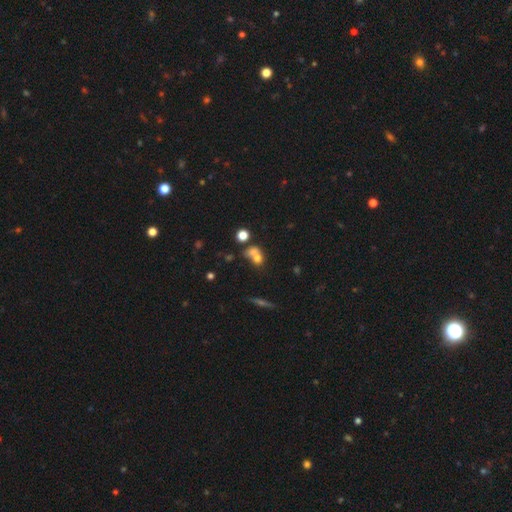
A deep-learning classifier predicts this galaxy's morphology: Smooth or featured? smooth (66%)
How rounded? round (56%)
Merging? merger (57%)